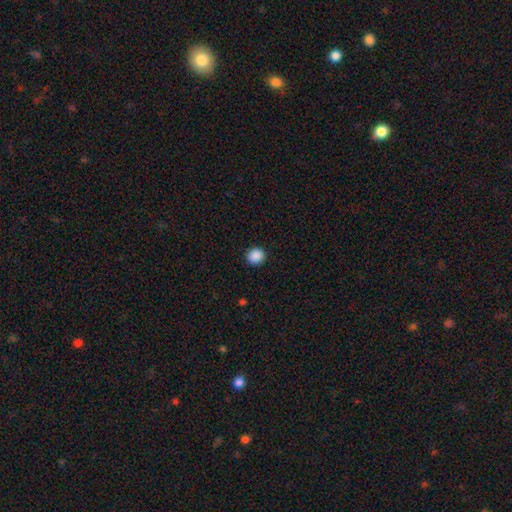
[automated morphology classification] Overall: smooth (89%). How rounded: round (88%). Merging: none (92%).